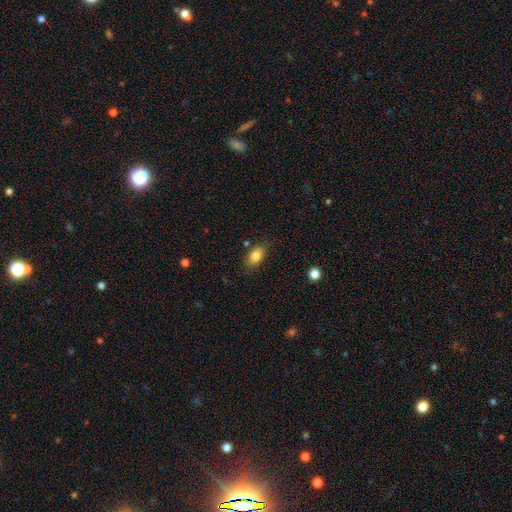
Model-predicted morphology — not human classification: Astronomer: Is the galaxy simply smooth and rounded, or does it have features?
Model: smooth — 84%.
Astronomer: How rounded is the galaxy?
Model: in between — 85%.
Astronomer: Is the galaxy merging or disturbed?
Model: none — 75%.